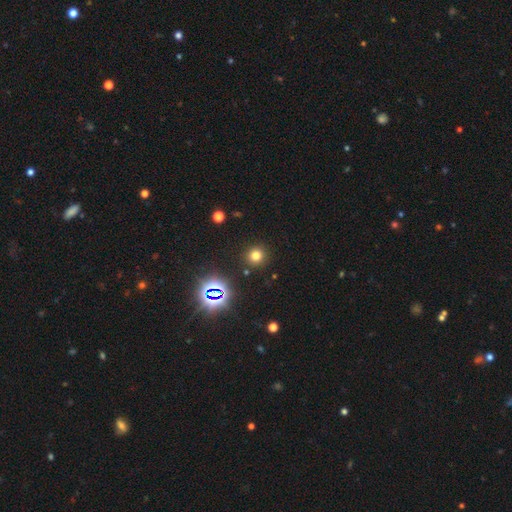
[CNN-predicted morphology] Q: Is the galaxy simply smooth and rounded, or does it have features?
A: smooth — 72%.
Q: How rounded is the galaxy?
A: round — 92%.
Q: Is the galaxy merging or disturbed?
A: none — 89%.